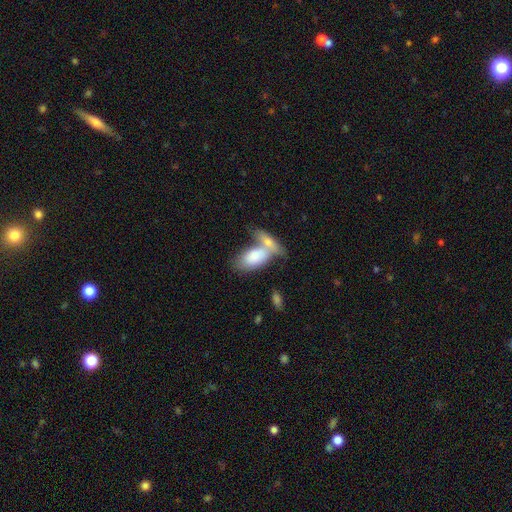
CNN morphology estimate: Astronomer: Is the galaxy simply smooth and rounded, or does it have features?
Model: smooth — 76%.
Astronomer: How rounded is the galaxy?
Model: in between — 89%.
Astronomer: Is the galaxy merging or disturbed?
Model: merger — 58%.